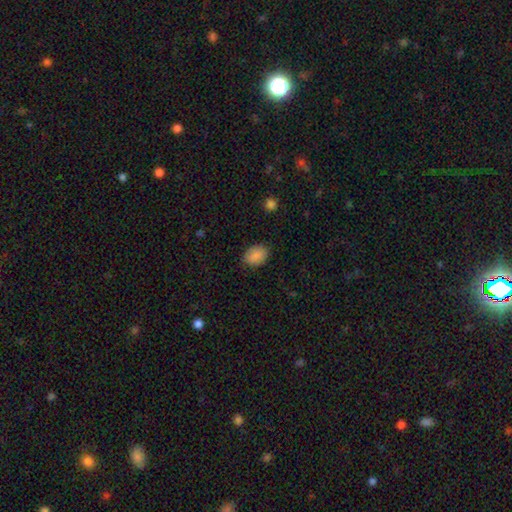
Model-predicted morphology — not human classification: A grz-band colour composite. It shows a smooth galaxy with no disk features (89%) that is in between round and cigar-shaped (79%). Merging: none (84%).